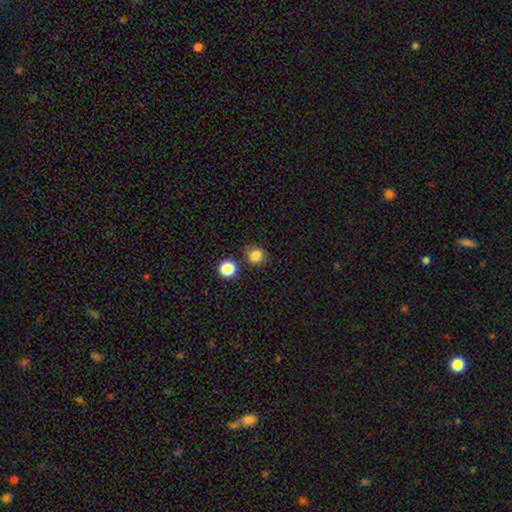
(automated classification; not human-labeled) Morphology: type=smooth (83%); roundness=round (85%); merging=none (78%).